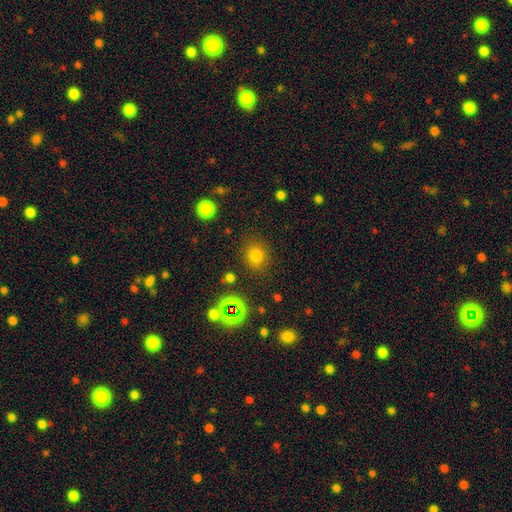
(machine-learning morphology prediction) Q: Smooth or featured?
A: smooth (74%); runner-up: star or artifact (20%)
Q: How rounded?
A: round (86%); runner-up: in between (13%)
Q: Merging?
A: none (84%); runner-up: minor disturbance (9%)